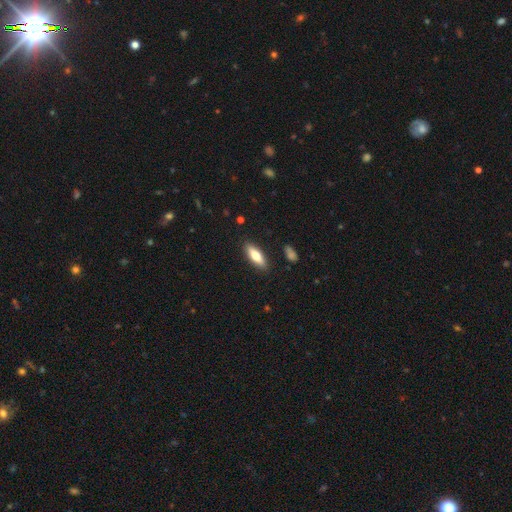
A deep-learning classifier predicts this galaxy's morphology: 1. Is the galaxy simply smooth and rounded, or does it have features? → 72% smooth, 22% featured or disk, 6% star or artifact.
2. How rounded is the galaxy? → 59% in between, 39% cigar-shaped, 2% round.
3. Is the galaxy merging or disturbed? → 88% none, 9% minor disturbance, 2% major disturbance, 1% merger.